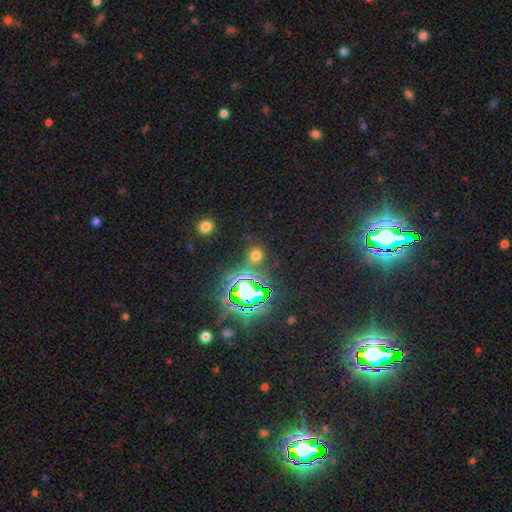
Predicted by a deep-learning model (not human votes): Morphology: type=smooth (51%); roundness=round (83%); merging=none (77%).